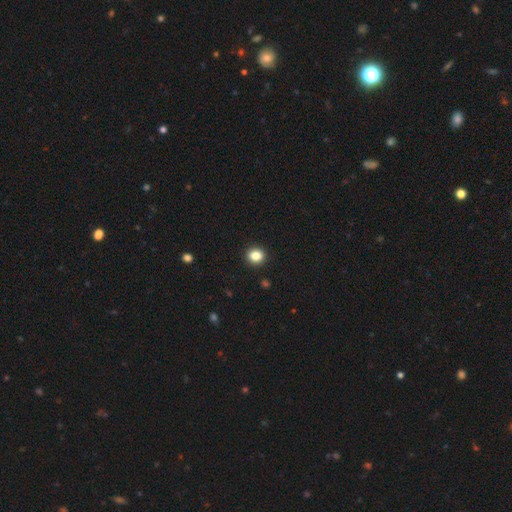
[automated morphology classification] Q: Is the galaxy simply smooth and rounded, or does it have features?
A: smooth — 85%.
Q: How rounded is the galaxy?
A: round — 73%.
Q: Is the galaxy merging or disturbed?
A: none — 92%.